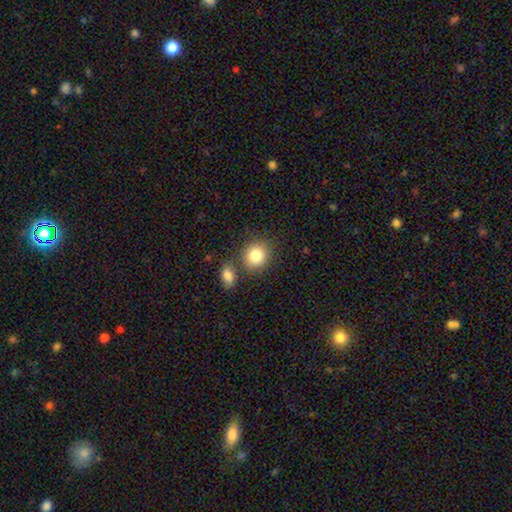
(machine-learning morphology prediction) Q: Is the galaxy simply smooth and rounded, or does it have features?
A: smooth — 84%.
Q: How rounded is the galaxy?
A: round — 74%.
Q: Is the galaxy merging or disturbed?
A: none — 68%.